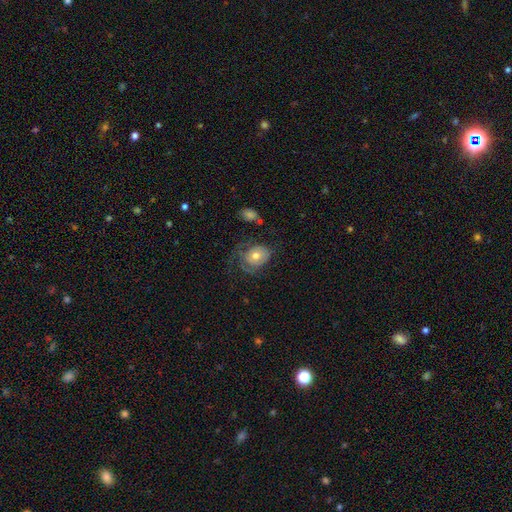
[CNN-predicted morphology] type=smooth (54%); roundness=round (54%); merging=none (39%).